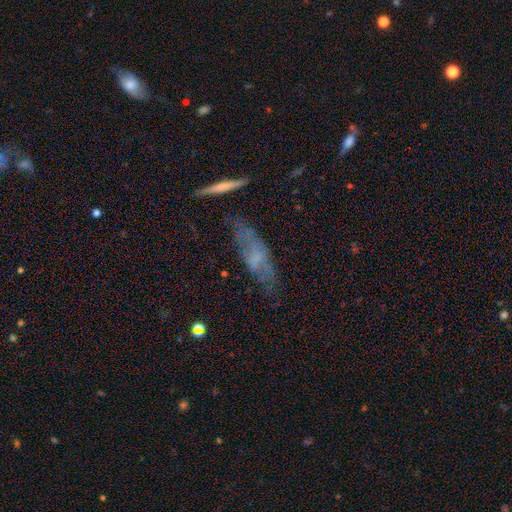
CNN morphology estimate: Smooth or featured? featured or disk (46%)
Merging? none (57%)